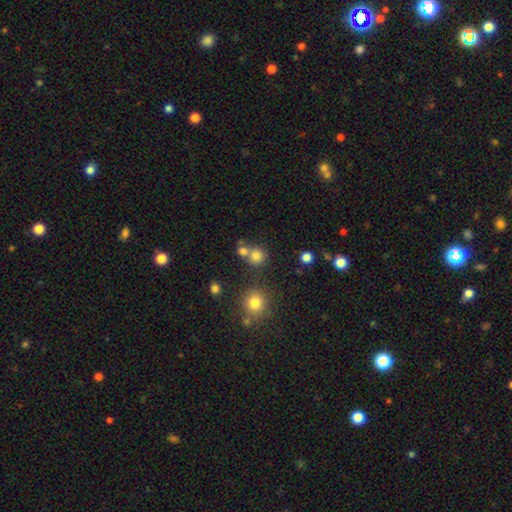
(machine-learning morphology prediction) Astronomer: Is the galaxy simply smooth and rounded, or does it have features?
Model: smooth — 77%.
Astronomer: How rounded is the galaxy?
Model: round — 88%.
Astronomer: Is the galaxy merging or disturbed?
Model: none — 59%.